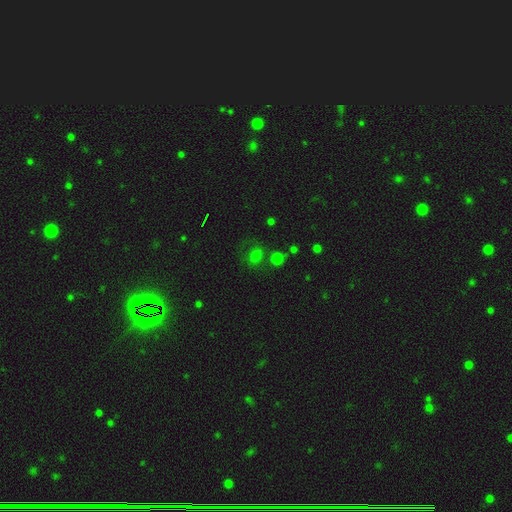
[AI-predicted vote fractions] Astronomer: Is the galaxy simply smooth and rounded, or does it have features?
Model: smooth — 65%.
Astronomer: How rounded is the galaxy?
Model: round — 63%.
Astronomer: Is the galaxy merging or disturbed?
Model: none — 66%.